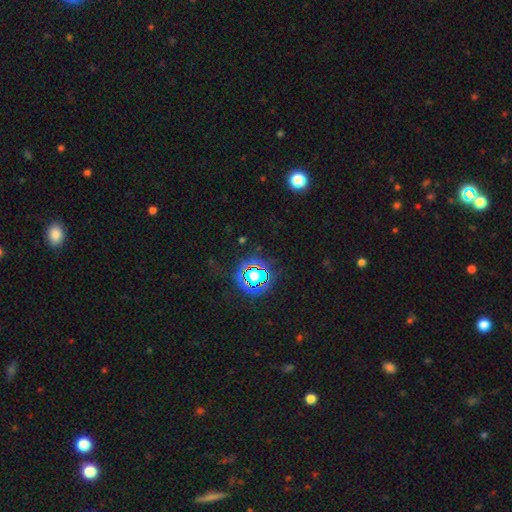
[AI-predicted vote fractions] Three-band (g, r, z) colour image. It shows a star or artifact, not a galaxy (80%).